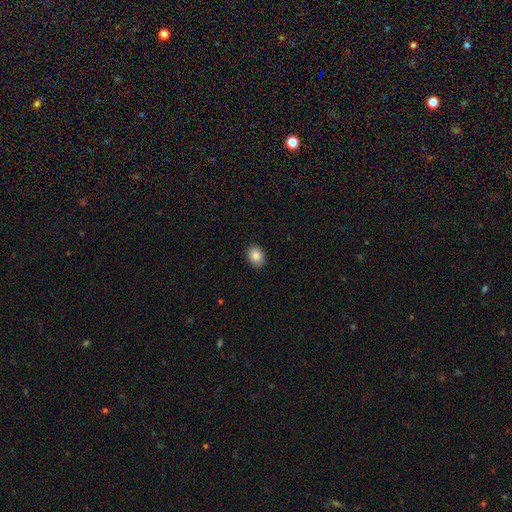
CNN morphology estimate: smooth_or_featured: smooth (p=0.86) [alt: star or artifact p=0.09]
how_rounded: in between (p=0.59) [alt: round p=0.40]
merging: none (p=0.90) [alt: minor disturbance p=0.08]